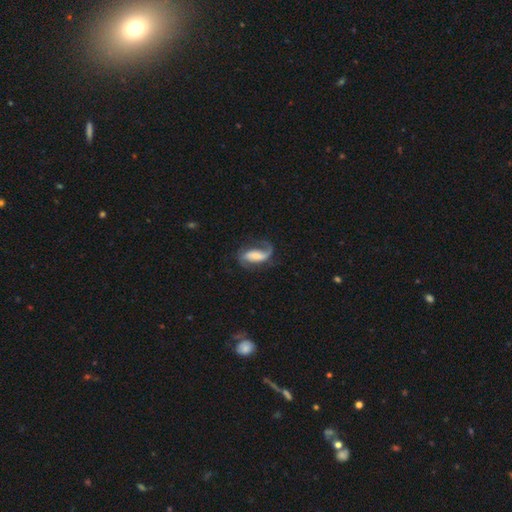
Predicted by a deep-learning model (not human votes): A featured or disk galaxy (70%) with a strong bar (35%), 2 (54%) loose (52%) spiral arms (93%) and a small central bulge (25%, tied with none). Merging: none (50%).